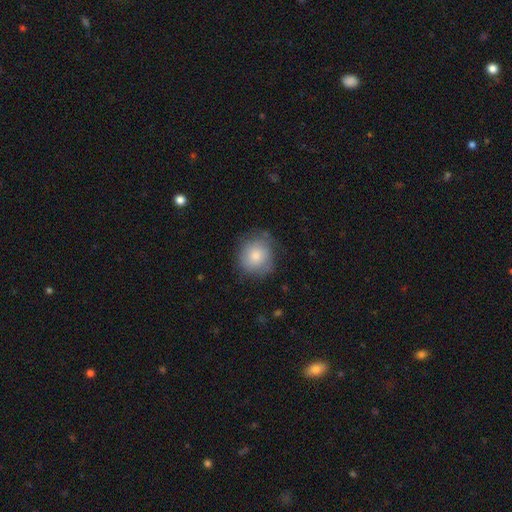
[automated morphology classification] smooth_or_featured: smooth (p=0.80) [alt: featured or disk p=0.13]
how_rounded: round (p=0.85) [alt: in between p=0.14]
merging: none (p=0.69) [alt: minor disturbance p=0.23]